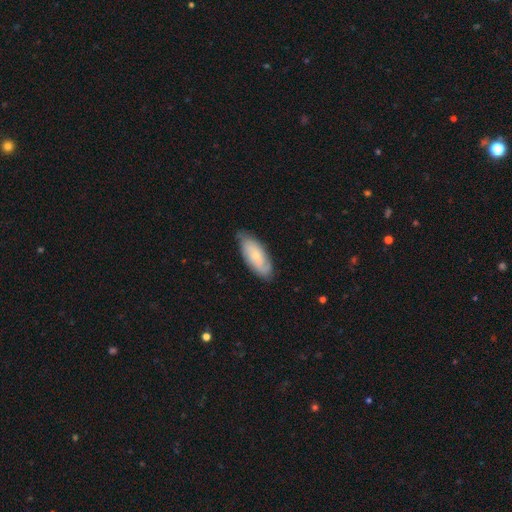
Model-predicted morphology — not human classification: Q: Smooth or featured?
A: featured or disk (47%); tied with: smooth (47%)
Q: Merging?
A: none (75%); runner-up: minor disturbance (20%)